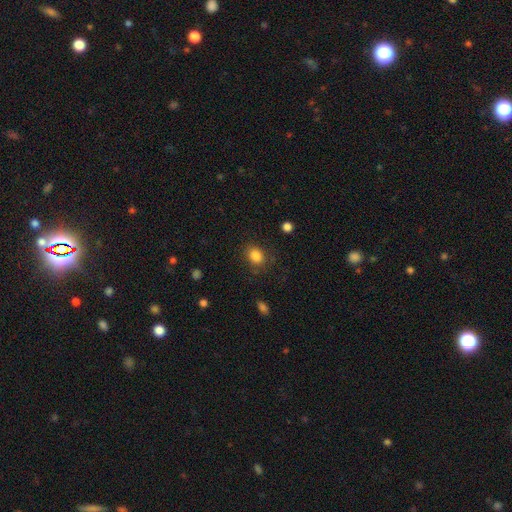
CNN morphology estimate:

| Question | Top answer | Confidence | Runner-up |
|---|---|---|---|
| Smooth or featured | smooth | 85% | star or artifact (10%) |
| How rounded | in between | 54% | round (45%) |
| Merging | none | 80% | minor disturbance (13%) |